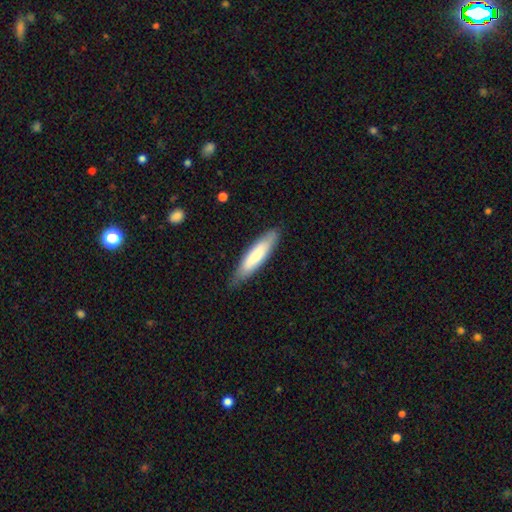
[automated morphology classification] Q: Smooth or featured?
A: smooth (77%); runner-up: featured or disk (18%)
Q: How rounded?
A: cigar-shaped (76%); runner-up: in between (23%)
Q: Merging?
A: none (82%); runner-up: minor disturbance (15%)